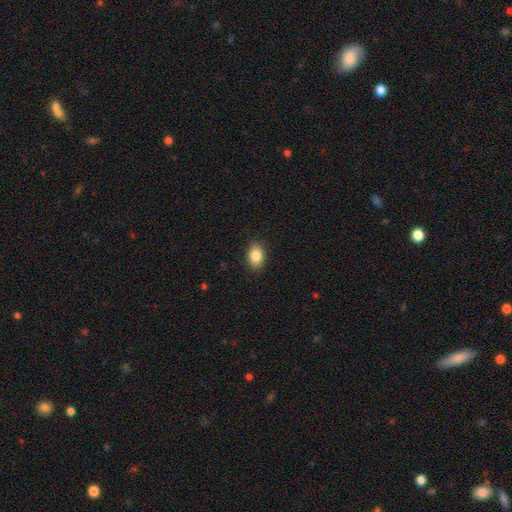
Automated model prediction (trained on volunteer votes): This is clearly a smooth galaxy (86%). How rounded: clearly in between (84%). Merging: clearly none (89%).